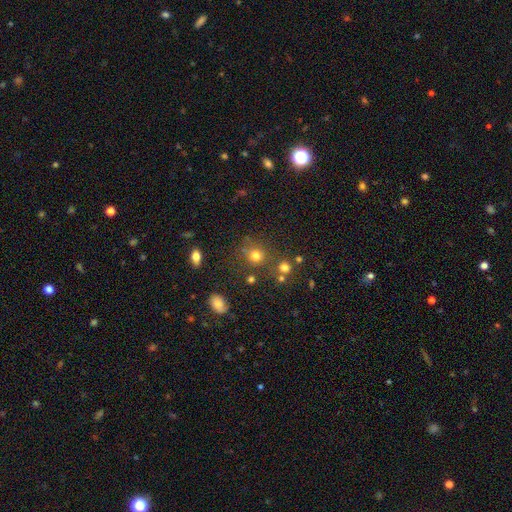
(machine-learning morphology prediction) The model was most divided on "smooth or featured": smooth: 74%, star or artifact: 18%, featured or disk: 8%. More confident: how rounded — round (87%); merging — none (71%).